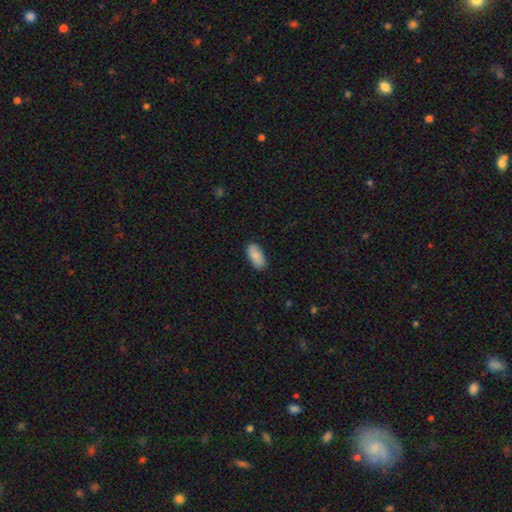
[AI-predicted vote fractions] A smooth galaxy with no disk features (86%) that is in between round and cigar-shaped (89%).

Vote fractions:
- Smooth or featured? smooth: 86% / featured or disk: 8% / star or artifact: 6%
- How rounded? in between: 89% / cigar-shaped: 9% / round: 2%
- Merging? none: 83% / minor disturbance: 13% / major disturbance: 3% / merger: 1%